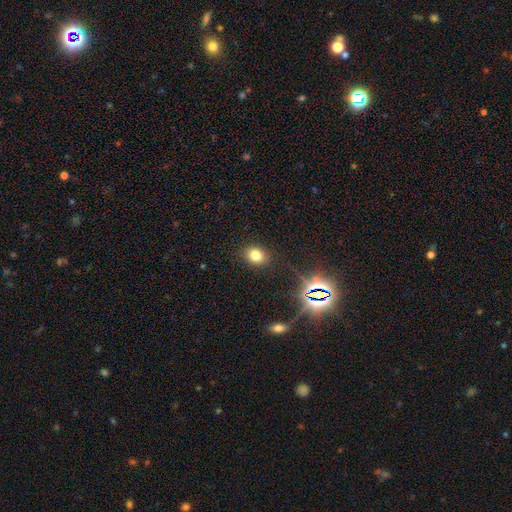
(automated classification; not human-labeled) A smooth galaxy with no disk features (74%) that is in between round and cigar-shaped (57%).

Vote fractions:
- Smooth or featured? smooth: 74% / star or artifact: 18% / featured or disk: 8%
- How rounded? in between: 57% / round: 42% / cigar-shaped: 1%
- Merging? none: 87% / minor disturbance: 9% / major disturbance: 3% / merger: 1%